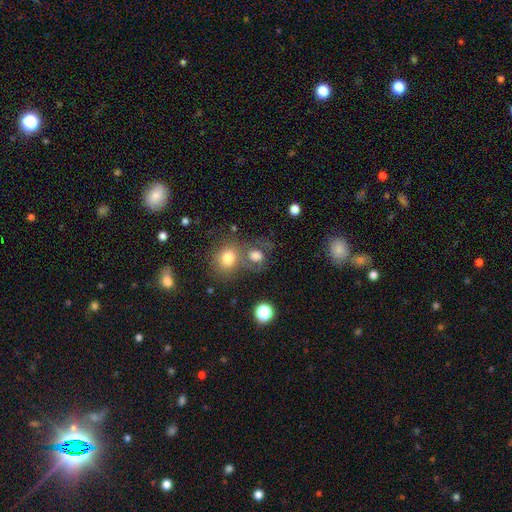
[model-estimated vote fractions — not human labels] This appears to be a smooth galaxy with no disk features (67%) that is round (60%). Merging: none (43%).